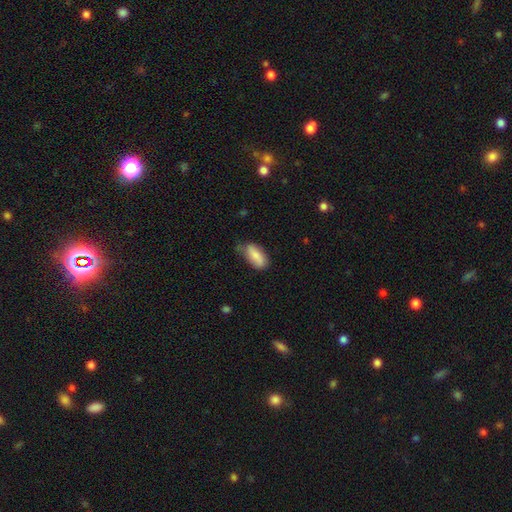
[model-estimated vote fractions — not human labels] Q: Smooth or featured?
A: smooth (78%); runner-up: featured or disk (16%)
Q: How rounded?
A: in between (85%); runner-up: cigar-shaped (12%)
Q: Merging?
A: none (52%); runner-up: minor disturbance (37%)